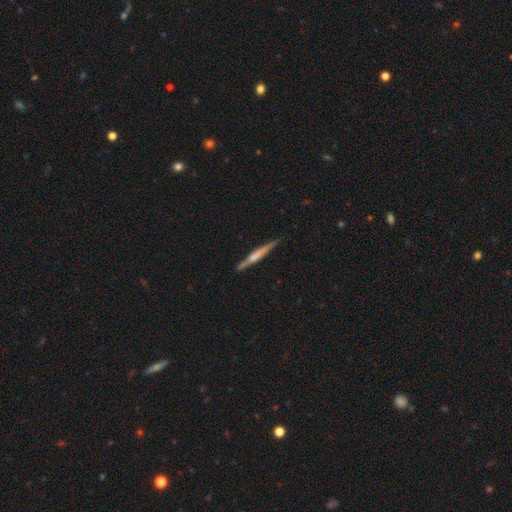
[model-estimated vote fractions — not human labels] featured or disk 58%, smooth 36%, star or artifact 5%. Down the decision tree: edge-on disk — yes (97%); edge-on bulge — rounded (41%); merging — none (86%).